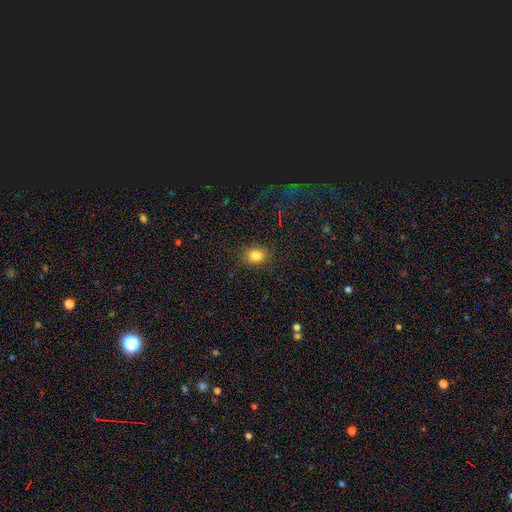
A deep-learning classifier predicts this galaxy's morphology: smooth 81%, star or artifact 12%, featured or disk 6%. Down the decision tree: how rounded — round (58%); merging — none (86%).